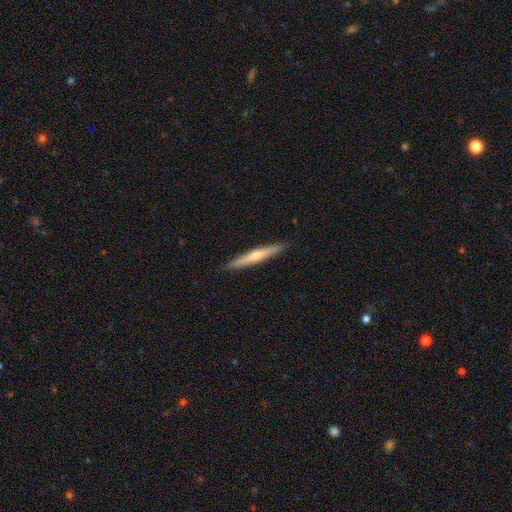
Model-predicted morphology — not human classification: smooth 48%, featured or disk 46%, star or artifact 5%. Down the decision tree: merging — none (92%).